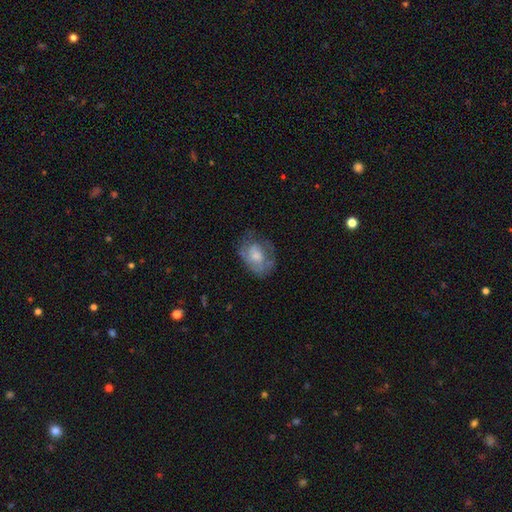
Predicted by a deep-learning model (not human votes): Q: Smooth or featured?
A: smooth (51%); runner-up: featured or disk (41%)
Q: How rounded?
A: in between (65%); runner-up: round (34%)
Q: Merging?
A: none (50%); runner-up: minor disturbance (27%)